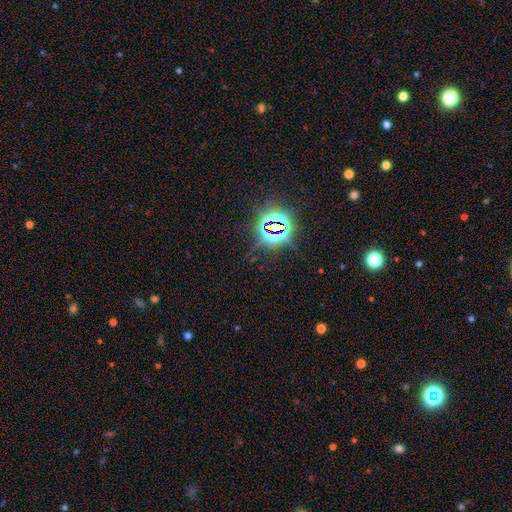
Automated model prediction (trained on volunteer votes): The model was most divided on "smooth or featured": star or artifact: 81%, smooth: 11%, featured or disk: 8%.